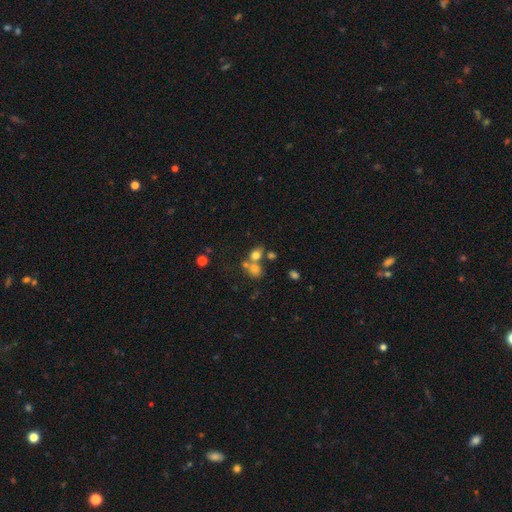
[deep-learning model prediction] Q: Smooth or featured?
A: smooth (69%); runner-up: star or artifact (16%)
Q: How rounded?
A: round (60%); runner-up: in between (38%)
Q: Merging?
A: merger (46%); runner-up: none (40%)